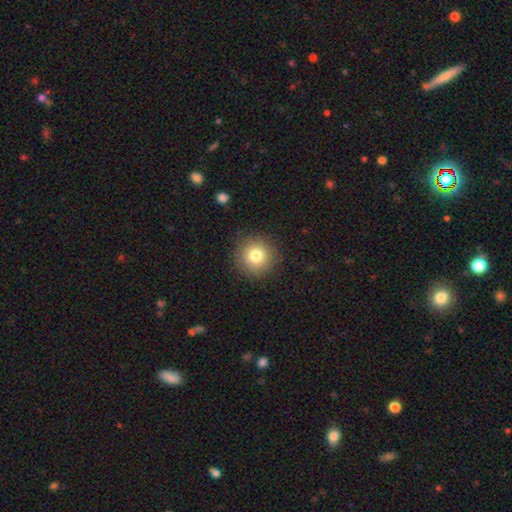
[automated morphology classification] Smooth or featured: smooth — 79% (star or artifact — 11%)
How rounded: round — 94% (in between — 5%)
Merging: none — 89% (minor disturbance — 7%)